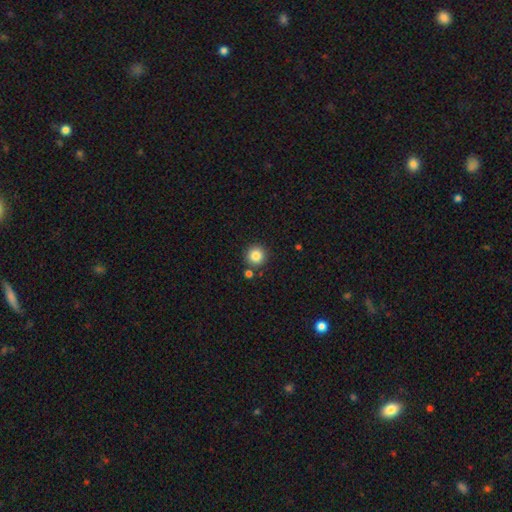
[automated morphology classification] Q: Smooth or featured?
A: smooth (84%); runner-up: star or artifact (11%)
Q: How rounded?
A: round (95%); runner-up: in between (4%)
Q: Merging?
A: none (85%); runner-up: merger (7%)